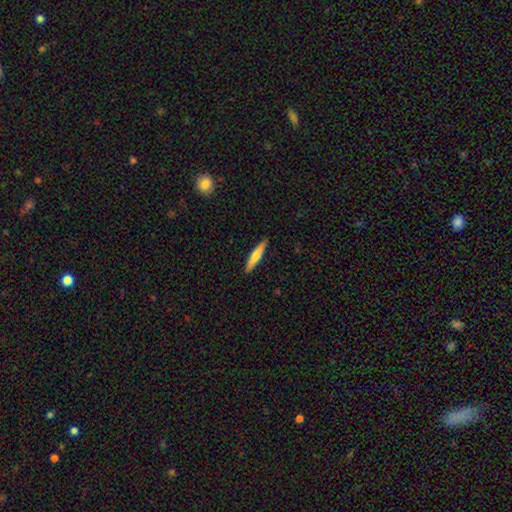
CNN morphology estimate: Smooth or featured? Predicted: smooth (p=0.64). How rounded? Predicted: cigar-shaped (p=0.91). Merging? Predicted: none (p=0.91).